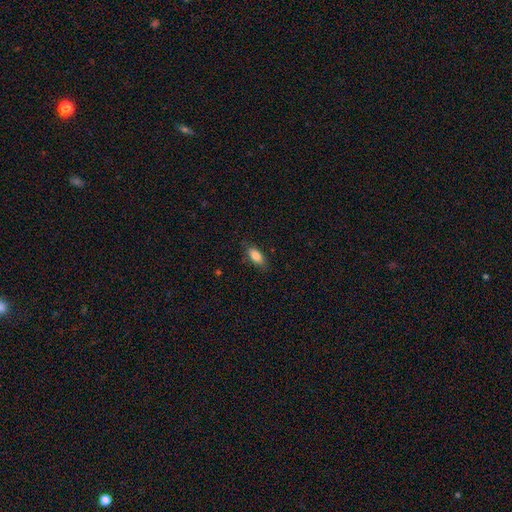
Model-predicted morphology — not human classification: Smooth or featured? Predicted: smooth (p=0.83). How rounded? Predicted: in between (p=0.85). Merging? Predicted: none (p=0.81).